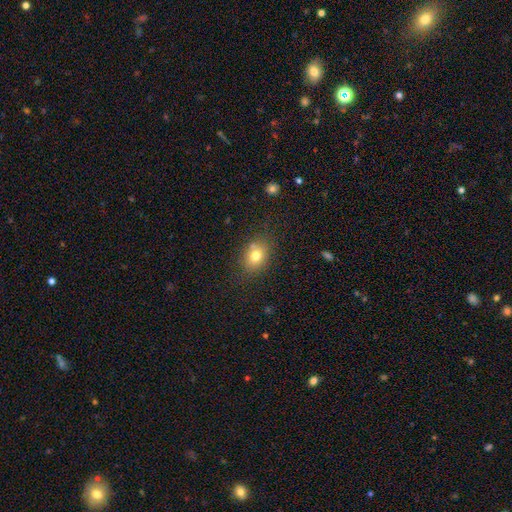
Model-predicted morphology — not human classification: Smooth or featured? Predicted: smooth (p=0.76). How rounded? Predicted: in between (p=0.63). Merging? Predicted: none (p=0.76).